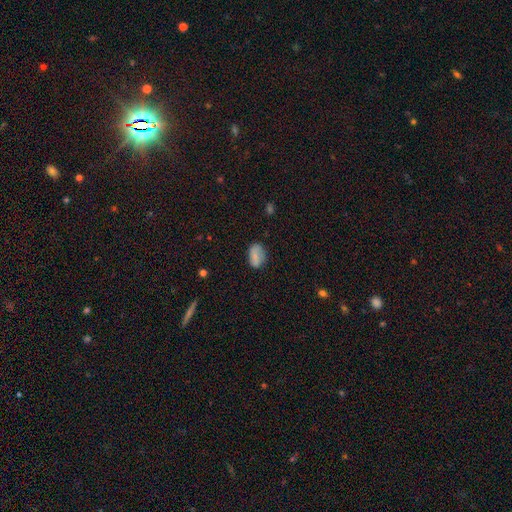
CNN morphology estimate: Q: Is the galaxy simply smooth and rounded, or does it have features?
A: smooth — 75%.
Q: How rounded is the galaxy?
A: in between — 87%.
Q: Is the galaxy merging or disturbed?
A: none — 66%.